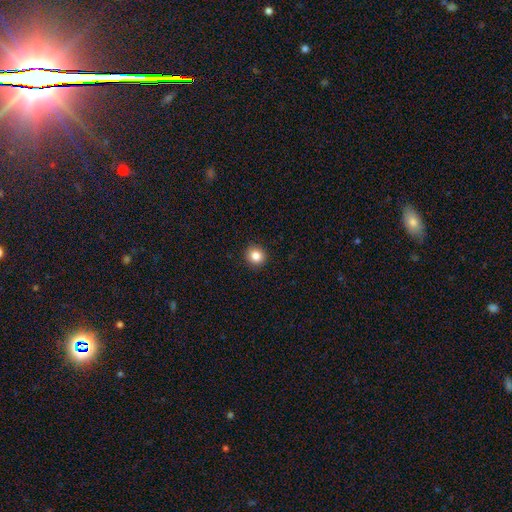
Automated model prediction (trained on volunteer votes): smooth-or-featured: smooth: 84% | star or artifact: 11% | featured or disk: 5%
  how-rounded: round: 91% | in between: 8% | cigar-shaped: 1%
  merging: none: 92% | minor disturbance: 5% | major disturbance: 2% | merger: 1%